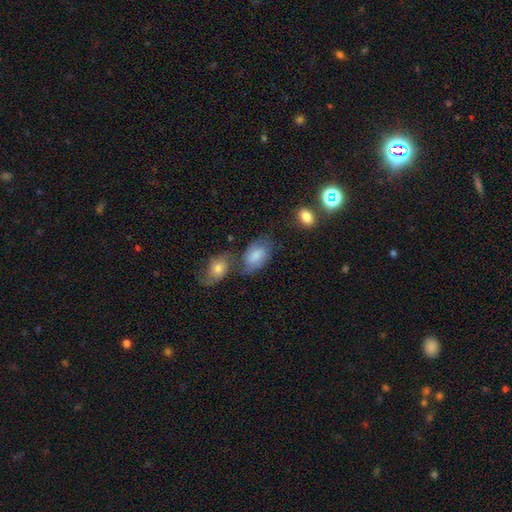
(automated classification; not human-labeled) smooth 77%, featured or disk 16%, star or artifact 7%. Down the decision tree: how rounded — in between (90%); merging — none (43%).